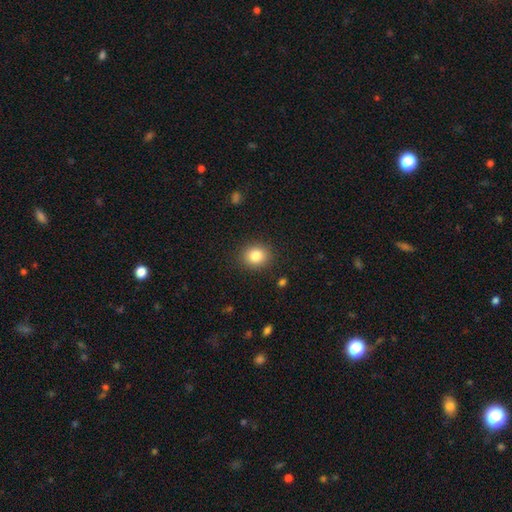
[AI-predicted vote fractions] Overall: smooth (84%). How rounded: round (75%). Merging: none (89%).